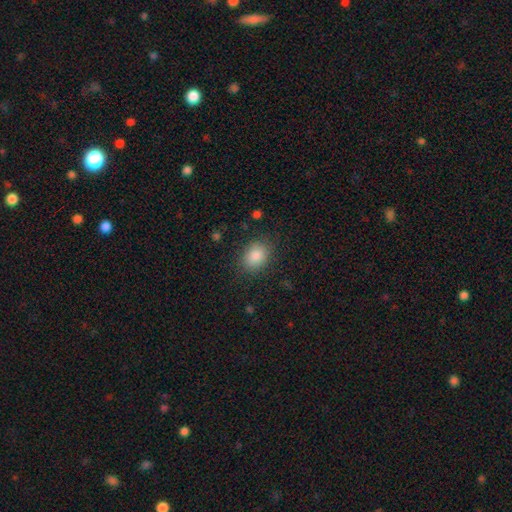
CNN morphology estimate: Smooth or featured: smooth — 85% (star or artifact — 9%)
How rounded: in between — 62% (round — 37%)
Merging: none — 85% (minor disturbance — 11%)